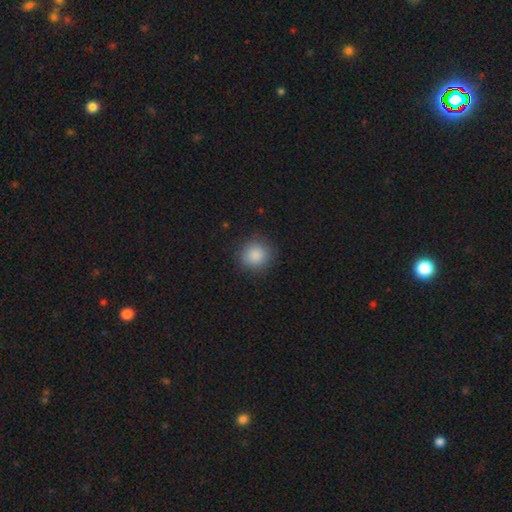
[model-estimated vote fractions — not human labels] Overall: smooth (87%). How rounded: round (90%). Merging: none (88%).